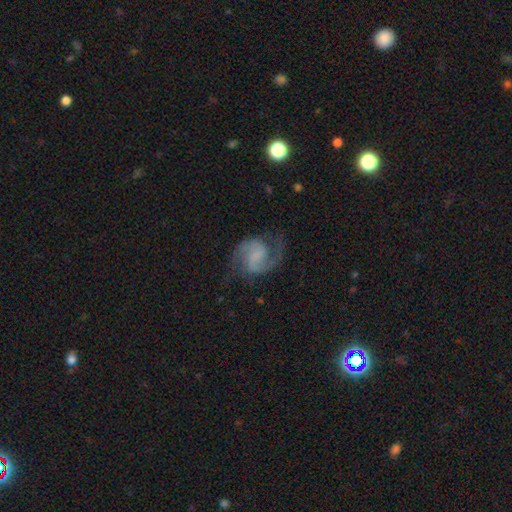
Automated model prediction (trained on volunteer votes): This is clearly a featured or disk galaxy (88%). It is clearly not viewed edge-on (98%). Bar: possibly no (45%). Spiral arm pattern: clearly yes (98%). Spiral arm count: clearly 2 (93%). Spiral winding: possibly medium (59%). Central bulge: possibly none (53%). Merging: likely none (76%).